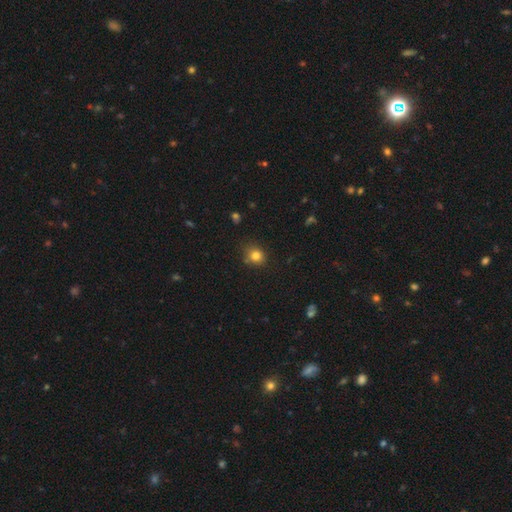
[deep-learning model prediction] Q: Smooth or featured?
A: smooth (80%); runner-up: star or artifact (13%)
Q: How rounded?
A: round (74%); runner-up: in between (25%)
Q: Merging?
A: none (77%); runner-up: minor disturbance (16%)